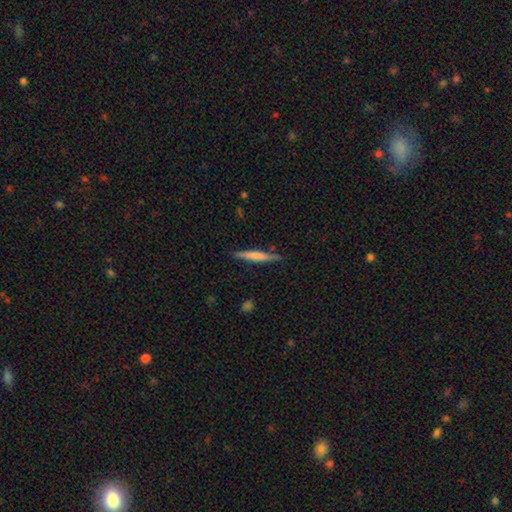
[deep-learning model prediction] A smooth galaxy with no disk features (59%) that is cigar-shaped (94%). Merging: none (86%).